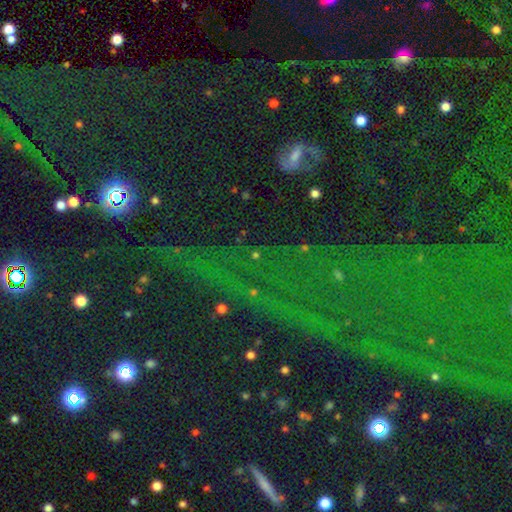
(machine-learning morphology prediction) A star or artifact, not a galaxy (68%).

Vote fractions:
- Smooth or featured? star or artifact: 68% / smooth: 17% / featured or disk: 15%